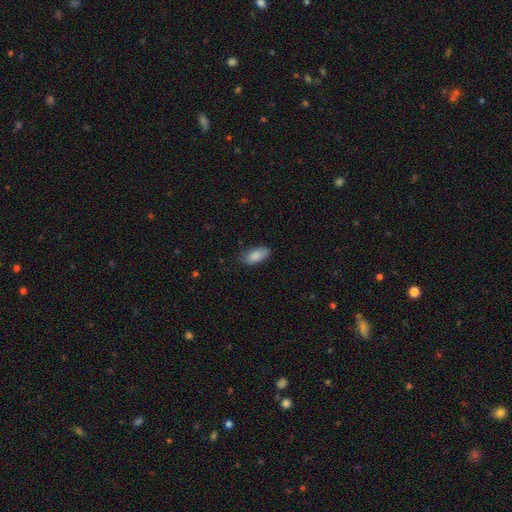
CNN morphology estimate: This appears to be a smooth galaxy with no disk features (87%) that is in between round and cigar-shaped (88%). Merging: none (78%).